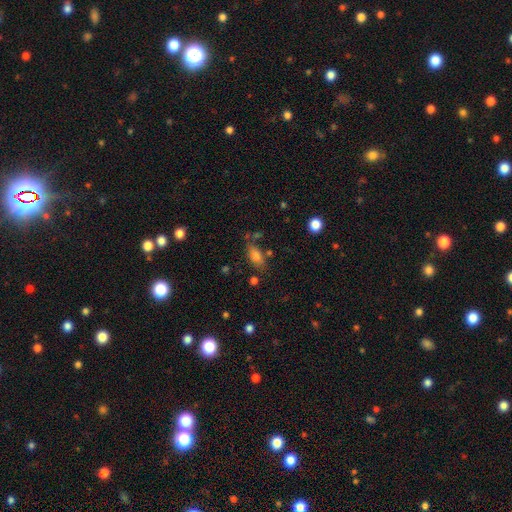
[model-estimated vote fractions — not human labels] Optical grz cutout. It shows a smooth galaxy with no disk features (78%) that is in between round and cigar-shaped (85%). Merging: none (68%).